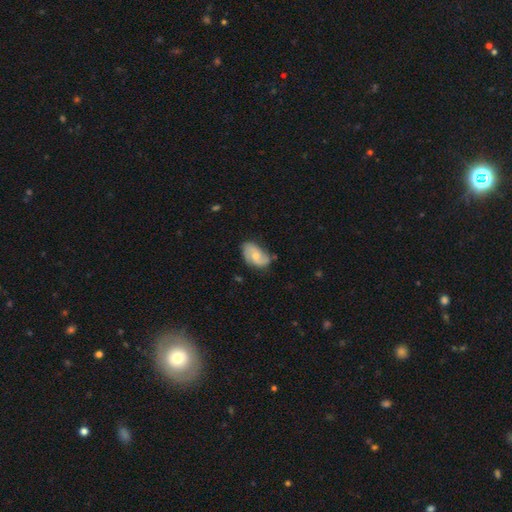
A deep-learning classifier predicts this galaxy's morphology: The model was most divided on "bulge size": moderate: 51%, small: 42%, none: 3%, large: 2%, dominant: 1%. More confident: edge-on disk — no (96%); spiral arms — yes (88%); bar — no (64%); merging — none (62%); smooth or featured — featured or disk (59%).